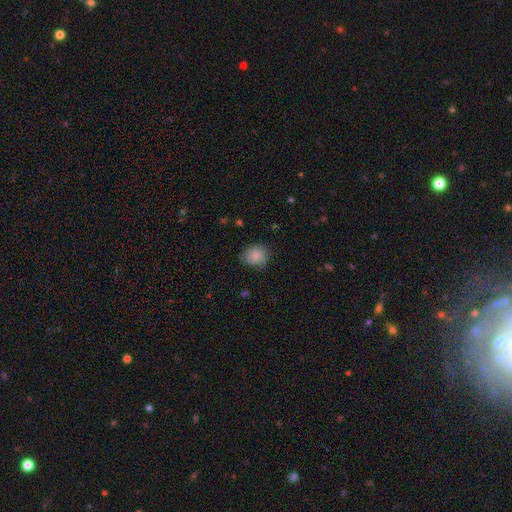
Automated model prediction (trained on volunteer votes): Smooth or featured: smooth — 80% (featured or disk — 12%)
How rounded: round — 71% (in between — 28%)
Merging: none — 67% (minor disturbance — 25%)